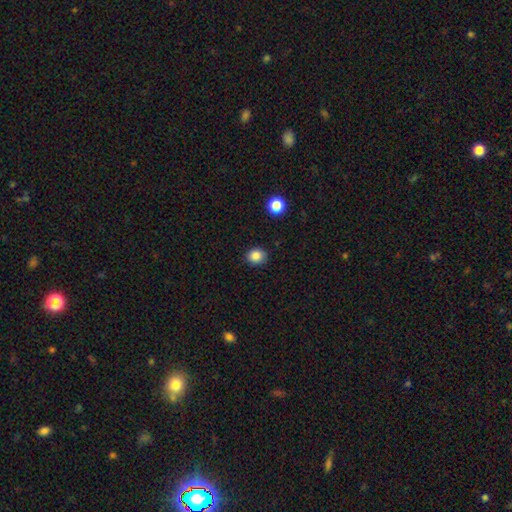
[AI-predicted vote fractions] Morphology: type=smooth (85%); roundness=round (66%); merging=none (89%).